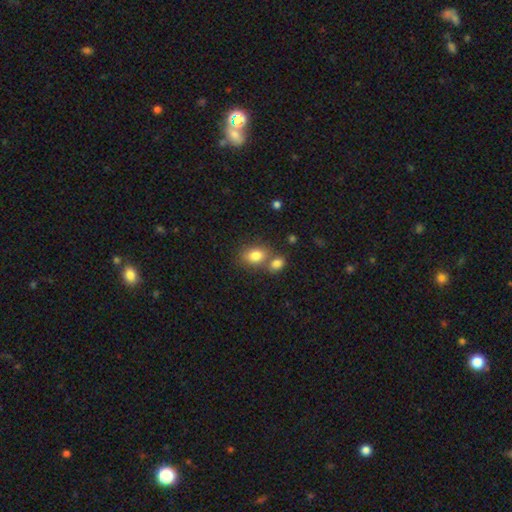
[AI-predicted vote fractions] Smooth or featured?
  - smooth: 82% *
  - star or artifact: 10%
  - featured or disk: 9%
How rounded?
  - in between: 67% *
  - round: 32%
  - cigar-shaped: 1%
Merging?
  - none: 50% *
  - merger: 35%
  - minor disturbance: 11%
  - major disturbance: 4%